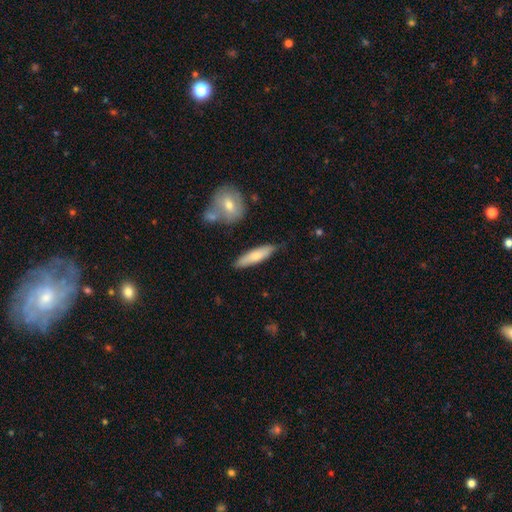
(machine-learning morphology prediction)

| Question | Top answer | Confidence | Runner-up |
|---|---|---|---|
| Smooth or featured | smooth | 71% | featured or disk (23%) |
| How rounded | cigar-shaped | 69% | in between (29%) |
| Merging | none | 77% | minor disturbance (16%) |